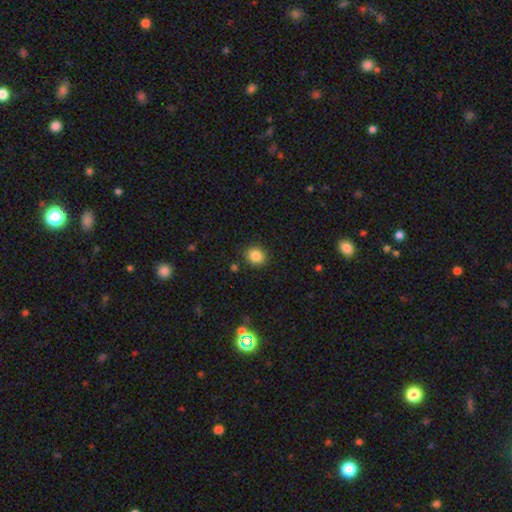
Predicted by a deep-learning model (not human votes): smooth-or-featured: smooth: 85% | star or artifact: 10% | featured or disk: 5%
  how-rounded: round: 72% | in between: 27% | cigar-shaped: 1%
  merging: none: 88% | minor disturbance: 8% | major disturbance: 2% | merger: 2%